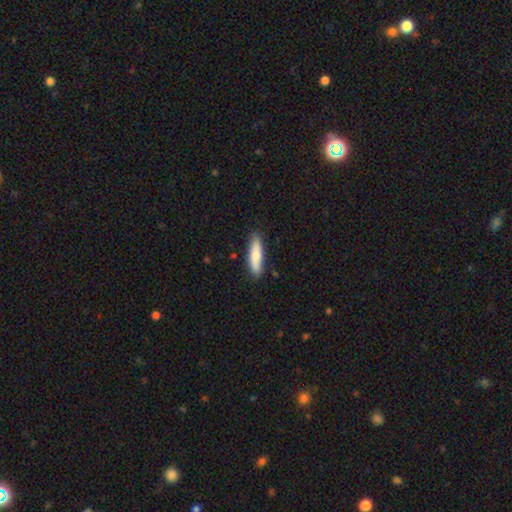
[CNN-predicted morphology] Smooth or featured?
  - smooth: 73% *
  - featured or disk: 21%
  - star or artifact: 5%
How rounded?
  - cigar-shaped: 69% *
  - in between: 29%
  - round: 2%
Merging?
  - none: 85% *
  - minor disturbance: 11%
  - major disturbance: 2%
  - merger: 1%